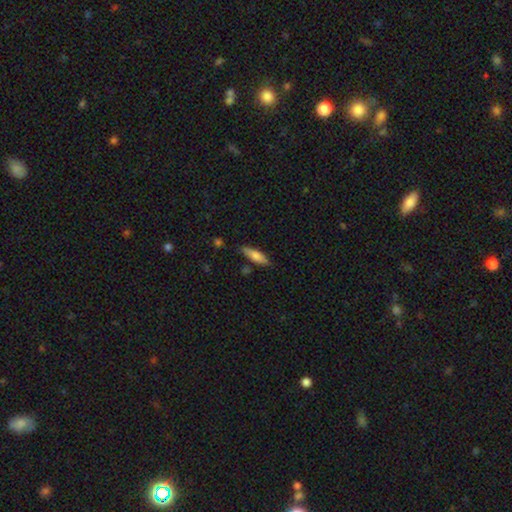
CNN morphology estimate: Overall: smooth (69%). How rounded: cigar-shaped (58%; in between 39%). Merging: none (80%).